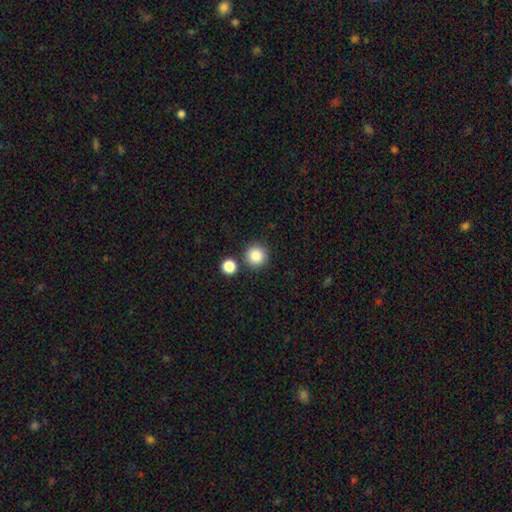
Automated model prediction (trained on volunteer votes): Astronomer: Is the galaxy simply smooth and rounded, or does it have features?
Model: smooth — 86%.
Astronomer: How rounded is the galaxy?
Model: round — 95%.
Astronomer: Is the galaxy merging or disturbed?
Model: none — 84%.